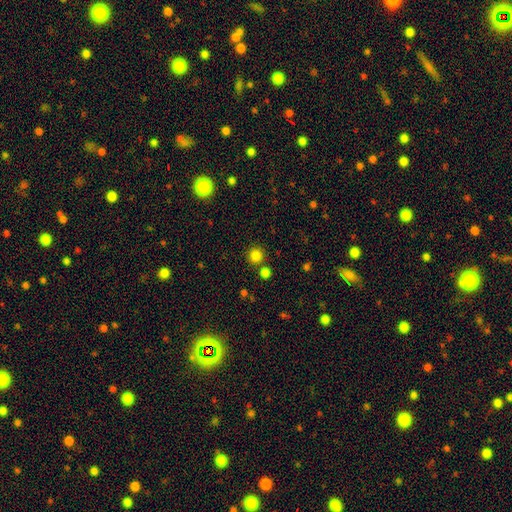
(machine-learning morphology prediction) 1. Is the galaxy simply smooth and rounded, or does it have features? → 82% smooth, 14% star or artifact, 4% featured or disk.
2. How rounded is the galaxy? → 93% round, 6% in between, 1% cigar-shaped.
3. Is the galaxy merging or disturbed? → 82% none, 9% merger, 6% minor disturbance, 2% major disturbance.